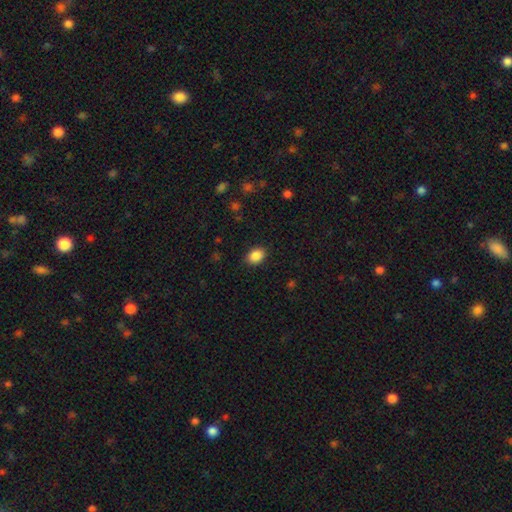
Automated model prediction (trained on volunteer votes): Overall: smooth (88%). How rounded: in between (75%). Merging: none (88%).